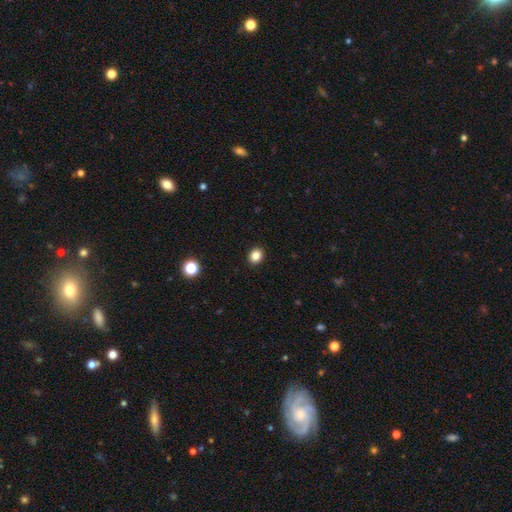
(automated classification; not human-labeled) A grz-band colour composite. It shows a smooth galaxy with no disk features (85%) that is round (58%). Merging: none (92%).